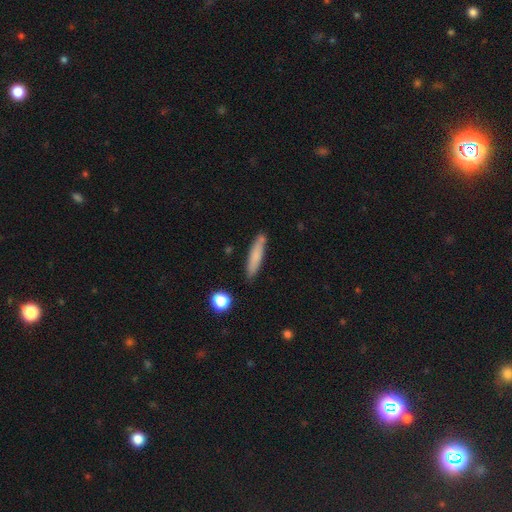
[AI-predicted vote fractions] smooth 76%, featured or disk 17%, star or artifact 7%. Down the decision tree: how rounded — cigar-shaped (87%); merging — none (81%).